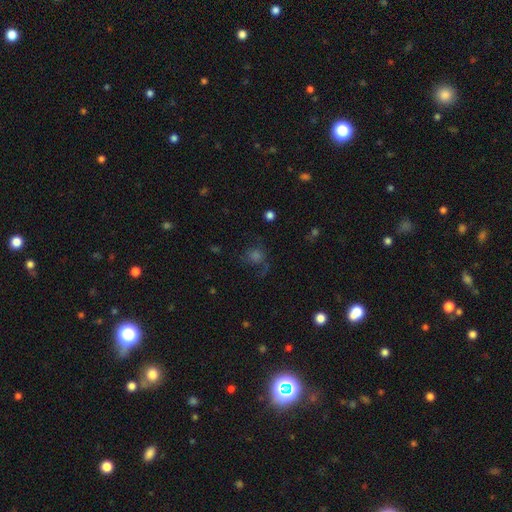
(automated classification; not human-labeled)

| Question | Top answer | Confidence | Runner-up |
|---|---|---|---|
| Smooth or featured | smooth | 43% | star or artifact (32%) |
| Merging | none | 54% | major disturbance (26%) |